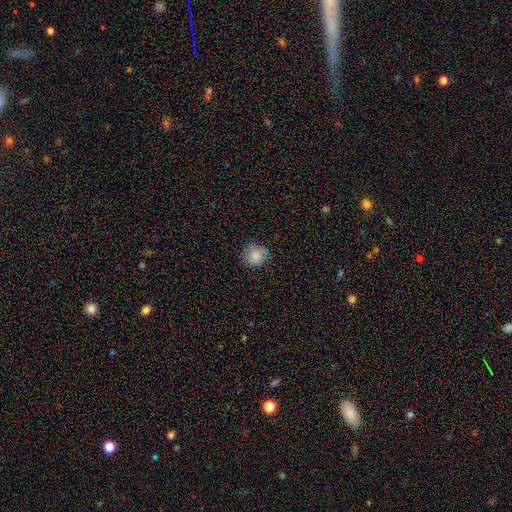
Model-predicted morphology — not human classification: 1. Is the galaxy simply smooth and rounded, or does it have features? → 80% smooth, 11% featured or disk, 9% star or artifact.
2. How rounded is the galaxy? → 82% round, 17% in between, 1% cigar-shaped.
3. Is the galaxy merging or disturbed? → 75% none, 19% minor disturbance, 5% major disturbance, 1% merger.